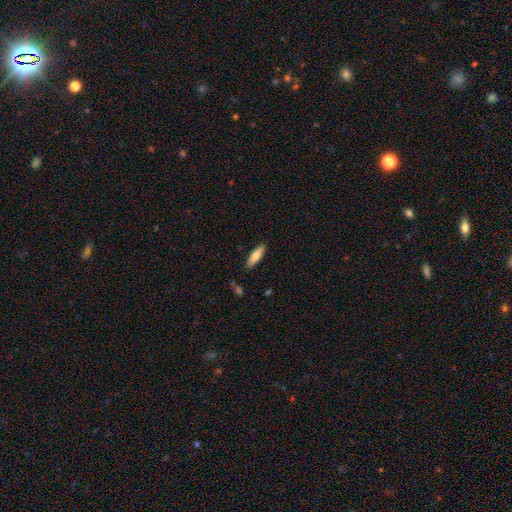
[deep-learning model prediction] A smooth galaxy with no disk features (78%) that is cigar-shaped (58%). Merging: none (88%).